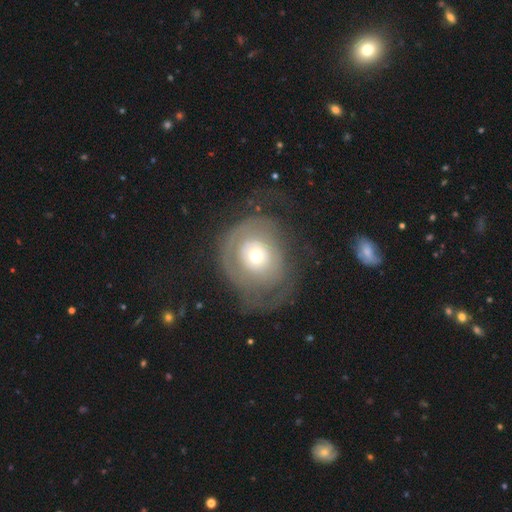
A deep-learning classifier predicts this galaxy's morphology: smooth_or_featured: featured or disk (p=0.57) [alt: smooth p=0.36]
disk_edge_on: no (p=0.95) [alt: yes p=0.05]
bar: no (p=0.88) [alt: weak p=0.09]
has_spiral_arms: no (p=0.54) [alt: yes p=0.46]
bulge_size: moderate (p=0.54) [alt: small p=0.33]
merging: none (p=0.49) [alt: major disturbance p=0.30]